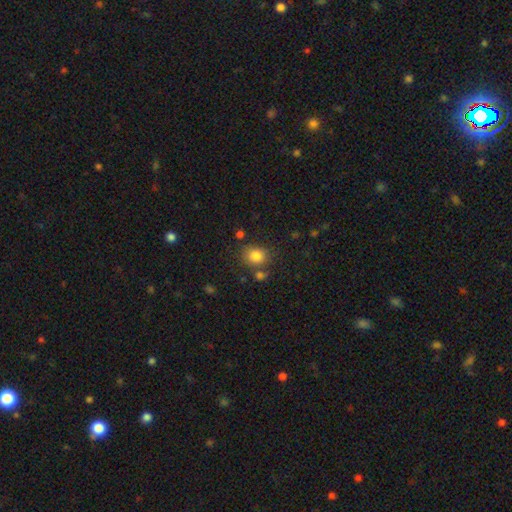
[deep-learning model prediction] Smooth or featured?
  - smooth: 82% *
  - star or artifact: 11%
  - featured or disk: 7%
How rounded?
  - round: 65% *
  - in between: 34%
  - cigar-shaped: 1%
Merging?
  - none: 72% *
  - minor disturbance: 14%
  - merger: 10%
  - major disturbance: 5%